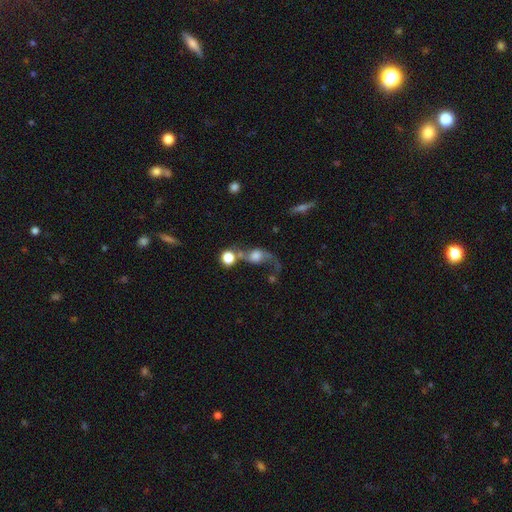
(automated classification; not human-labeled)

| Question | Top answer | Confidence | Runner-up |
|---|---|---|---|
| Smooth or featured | featured or disk | 48% | smooth (40%) |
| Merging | merger | 29% | tied: major disturbance (29%) |